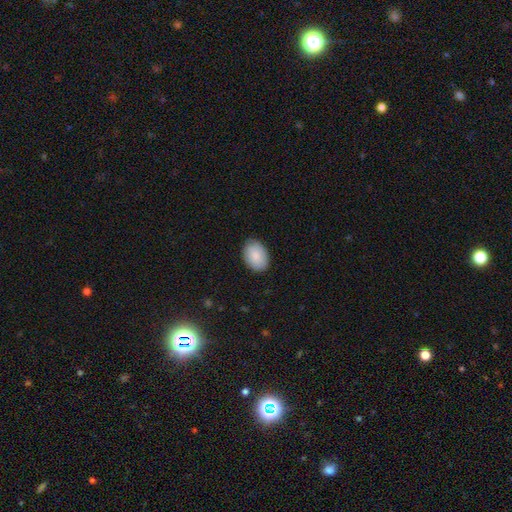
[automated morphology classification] A smooth galaxy with no disk features (87%) that is in between round and cigar-shaped (84%). Merging: none (86%).